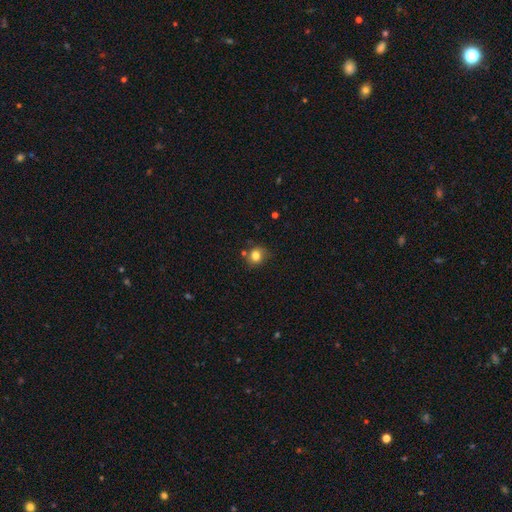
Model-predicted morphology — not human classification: This is clearly a smooth galaxy (80%). How rounded: likely round (75%). Merging: likely none (70%).